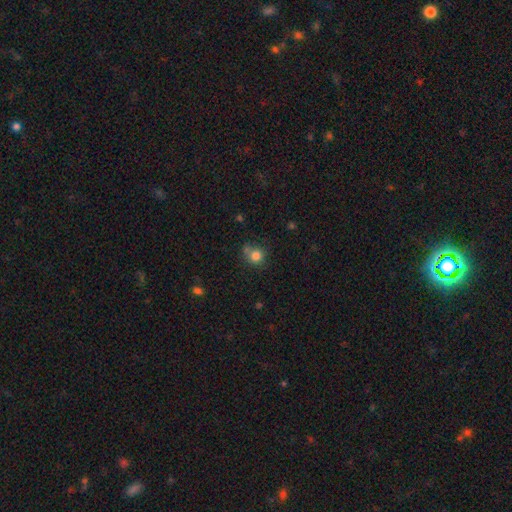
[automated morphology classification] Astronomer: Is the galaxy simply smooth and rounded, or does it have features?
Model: smooth — 81%.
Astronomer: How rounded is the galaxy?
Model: round — 83%.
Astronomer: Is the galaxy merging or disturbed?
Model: none — 58%.